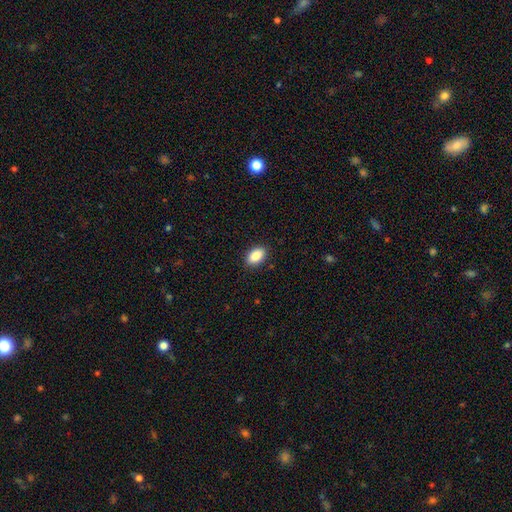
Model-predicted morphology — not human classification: smooth 88%, star or artifact 7%, featured or disk 4%. Down the decision tree: how rounded — in between (91%); merging — none (89%).